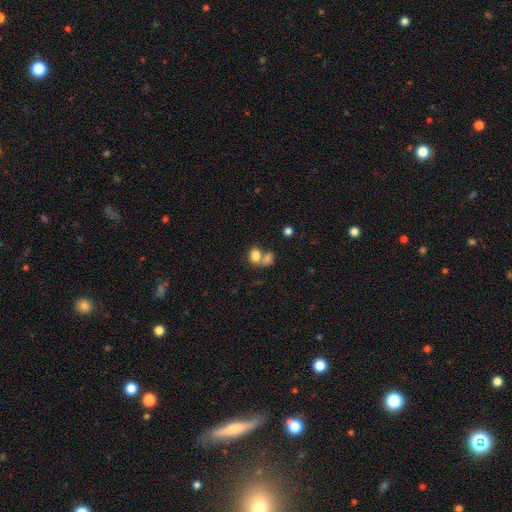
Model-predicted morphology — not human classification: Overall: smooth (80%). How rounded: in between (65%; round 34%). Merging: merger (49%; none 35%).